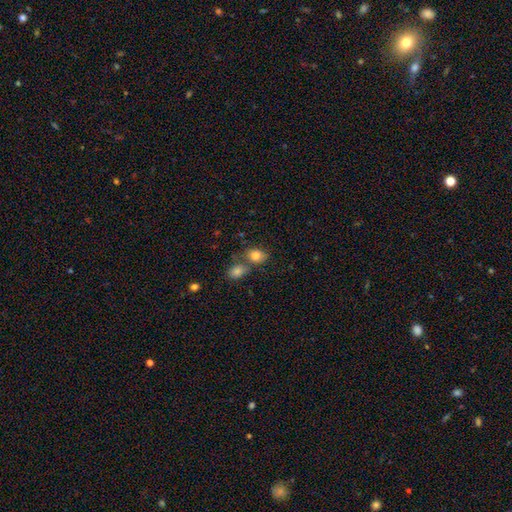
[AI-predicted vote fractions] smooth-or-featured: smooth: 82% | star or artifact: 10% | featured or disk: 8%
  how-rounded: in between: 61% | round: 37% | cigar-shaped: 1%
  merging: none: 51% | merger: 33% | minor disturbance: 12% | major disturbance: 4%